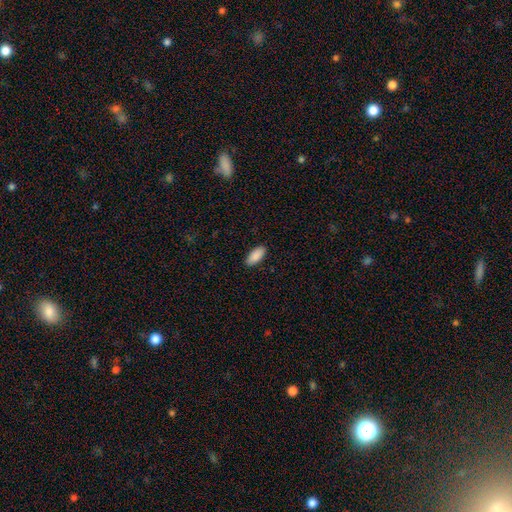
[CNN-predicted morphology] The model was most divided on "how rounded": in between: 90%, cigar-shaped: 9%, round: 2%. More confident: smooth or featured — smooth (91%); merging — none (89%).